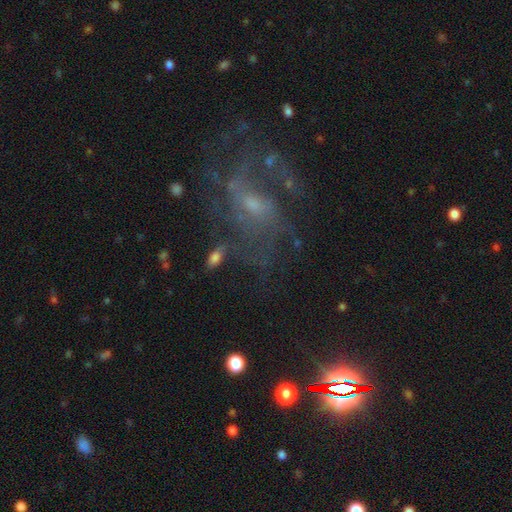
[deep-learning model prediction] smooth_or_featured: featured or disk (p=0.69) [alt: star or artifact p=0.20]
disk_edge_on: no (p=0.96) [alt: yes p=0.04]
bar: no (p=0.51) [alt: weak p=0.40]
has_spiral_arms: yes (p=0.82) [alt: no p=0.18]
spiral_winding: medium (p=0.43) [alt: loose p=0.31]
spiral_arm_count: can't tell (p=0.43) [alt: 2 p=0.25]
bulge_size: small (p=0.58) [alt: moderate p=0.27]
merging: none (p=0.57) [alt: major disturbance p=0.23]